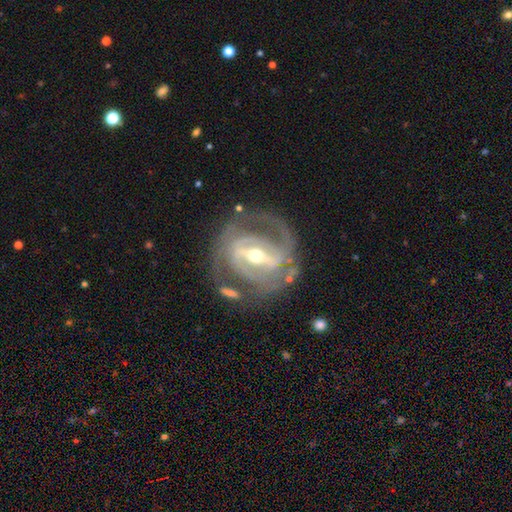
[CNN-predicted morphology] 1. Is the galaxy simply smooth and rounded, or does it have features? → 89% featured or disk, 6% smooth, 5% star or artifact.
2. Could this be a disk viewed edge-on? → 95% no, 5% yes.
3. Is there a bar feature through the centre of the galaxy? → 65% strong, 26% weak, 8% no.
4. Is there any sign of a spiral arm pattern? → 91% yes, 9% no.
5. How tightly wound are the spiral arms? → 55% tight, 36% medium, 9% loose.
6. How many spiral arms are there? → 55% 2, 18% can't tell, 16% 3, 4% 4, 4% 1, 3% more than 4.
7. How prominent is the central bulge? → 59% moderate, 36% small, 4% large, 1% none, 1% dominant.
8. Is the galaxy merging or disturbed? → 67% none, 17% minor disturbance, 11% major disturbance, 5% merger.